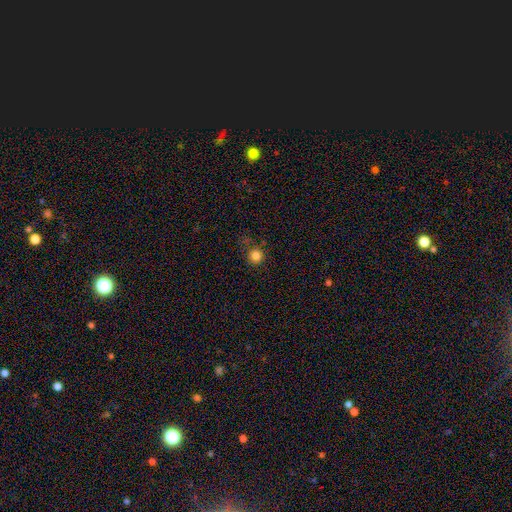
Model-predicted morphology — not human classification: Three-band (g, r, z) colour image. It shows a smooth galaxy with no disk features (83%) that is round (93%). Merging: none (81%).